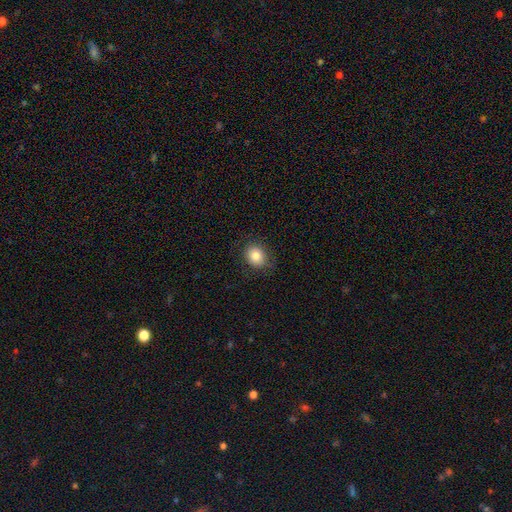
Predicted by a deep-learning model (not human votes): A smooth galaxy with no disk features (84%) that is round (63%). Merging: none (83%).